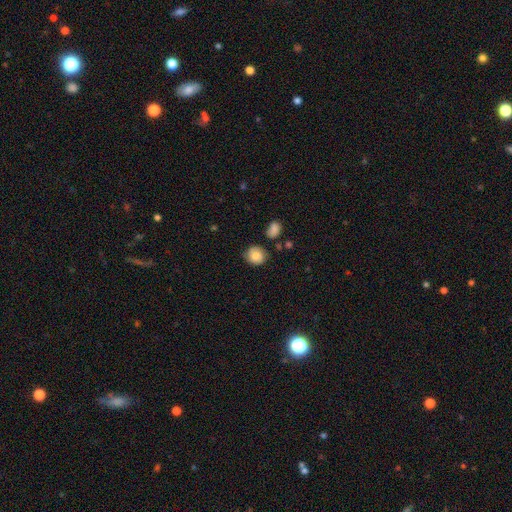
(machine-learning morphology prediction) Q: Smooth or featured?
A: smooth (80%); runner-up: featured or disk (12%)
Q: How rounded?
A: round (81%); runner-up: in between (18%)
Q: Merging?
A: none (74%); runner-up: minor disturbance (18%)